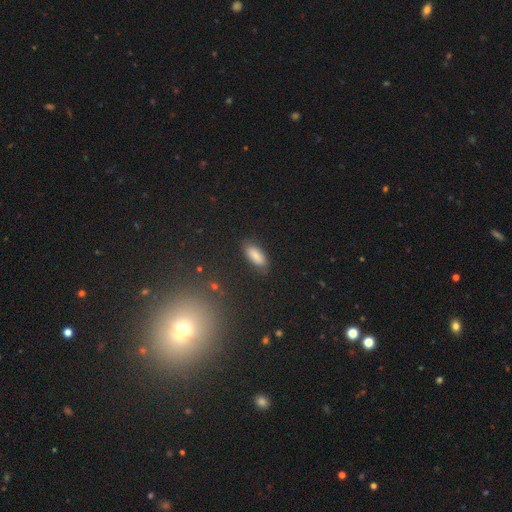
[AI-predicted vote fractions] This appears to be a smooth galaxy with no disk features (84%) that is in between round and cigar-shaped (78%). Merging: none (82%).